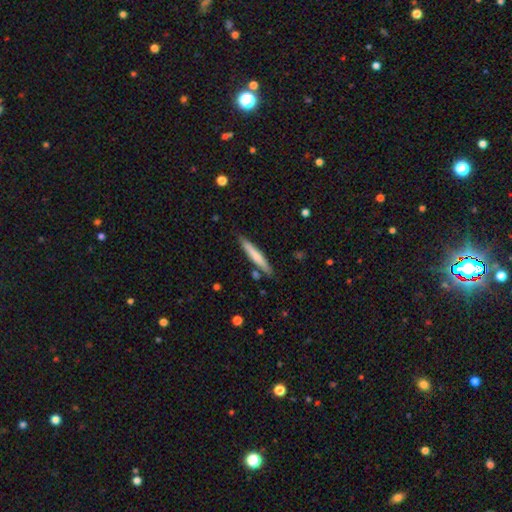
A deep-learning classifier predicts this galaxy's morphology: type=smooth (67%); roundness=cigar-shaped (94%); merging=none (84%).